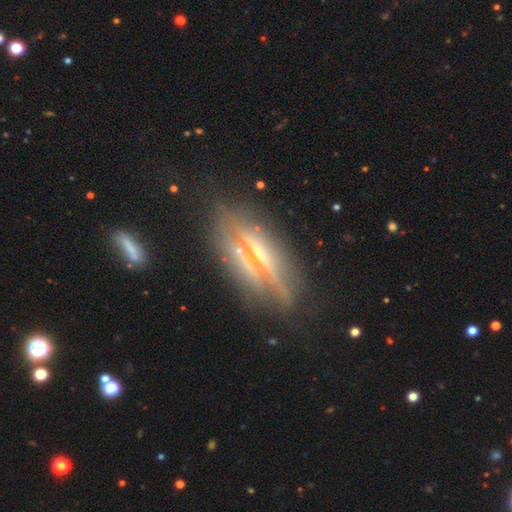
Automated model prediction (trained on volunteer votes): smooth_or_featured: featured or disk (p=0.74) [alt: smooth p=0.16]
disk_edge_on: yes (p=0.81) [alt: no p=0.19]
edge_on_bulge: rounded (p=0.60) [alt: none p=0.27]
merging: none (p=0.65) [alt: minor disturbance p=0.19]